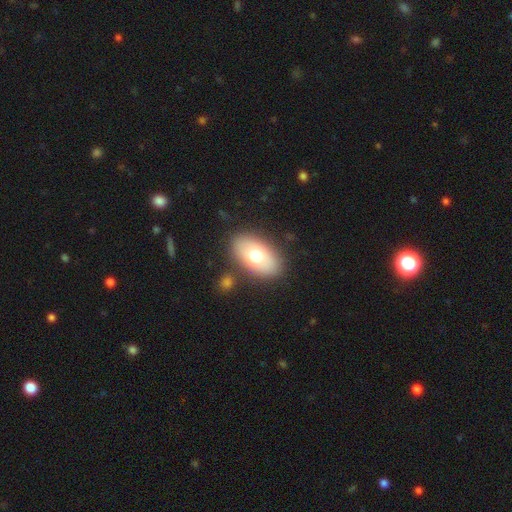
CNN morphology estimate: A smooth galaxy with no disk features (70%) that is in between round and cigar-shaped (92%).

Vote fractions:
- Smooth or featured? smooth: 70% / featured or disk: 22% / star or artifact: 7%
- How rounded? in between: 92% / round: 7% / cigar-shaped: 2%
- Merging? none: 82% / minor disturbance: 10% / merger: 4% / major disturbance: 3%